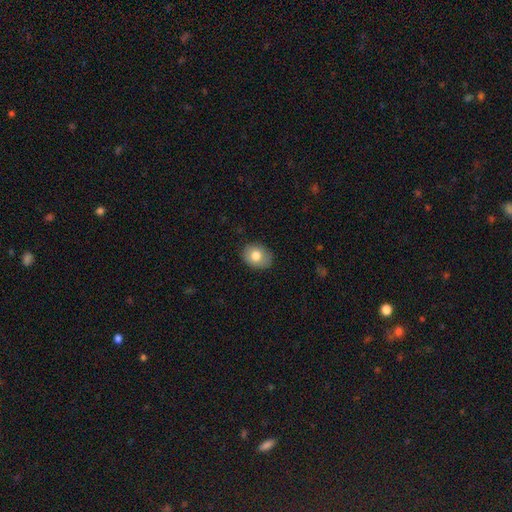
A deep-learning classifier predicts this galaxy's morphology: Overall: smooth (79%). How rounded: in between (51%; round 48%). Merging: none (85%).